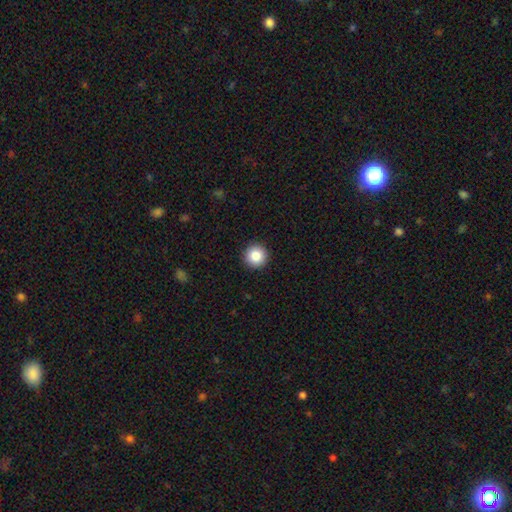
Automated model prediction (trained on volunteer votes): Smooth or featured? Predicted: smooth (p=0.85). How rounded? Predicted: round (p=0.96). Merging? Predicted: none (p=0.93).